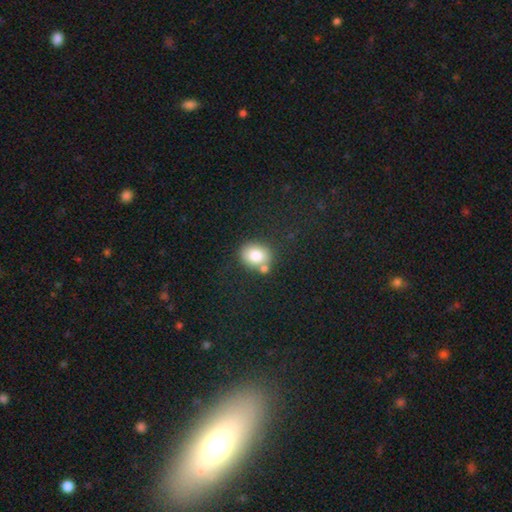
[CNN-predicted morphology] smooth_or_featured: smooth (p=0.82) [alt: star or artifact p=0.10]
how_rounded: round (p=0.62) [alt: in between p=0.37]
merging: none (p=0.65) [alt: merger p=0.18]